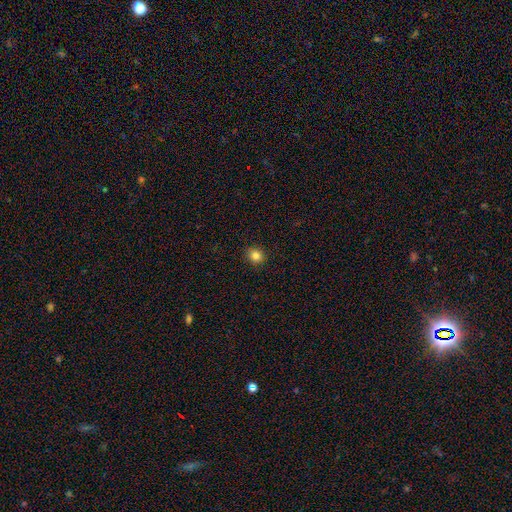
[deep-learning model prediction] Morphology: type=smooth (83%); roundness=round (80%); merging=none (91%).